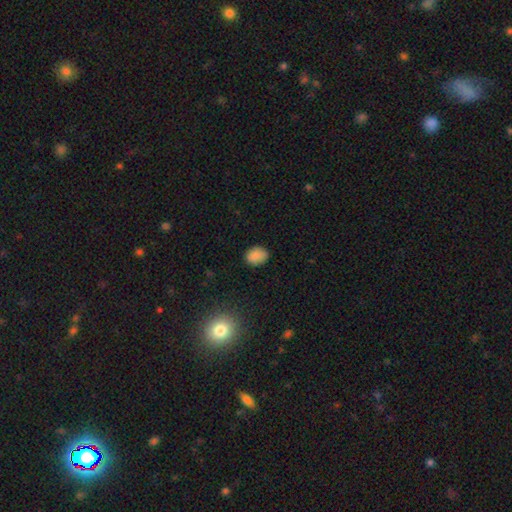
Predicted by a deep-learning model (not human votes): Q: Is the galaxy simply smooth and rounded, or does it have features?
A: smooth — 85%.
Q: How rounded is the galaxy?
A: in between — 58%.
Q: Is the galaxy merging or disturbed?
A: none — 79%.